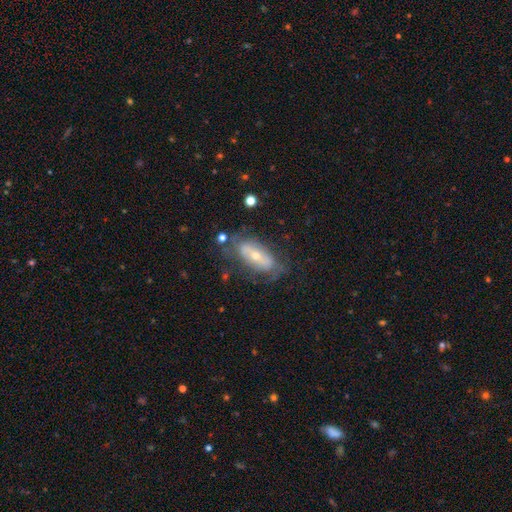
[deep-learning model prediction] Smooth or featured: featured or disk — 60% (smooth — 32%)
Edge-on disk: no — 80% (yes — 20%)
Merging: none — 60% (minor disturbance — 23%)